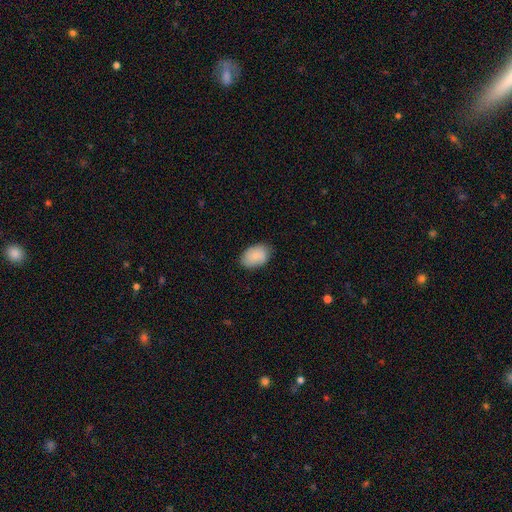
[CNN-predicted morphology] The model was most divided on "merging": none: 81%, minor disturbance: 15%, major disturbance: 3%, merger: 1%. More confident: how rounded — in between (87%); smooth or featured — smooth (84%).